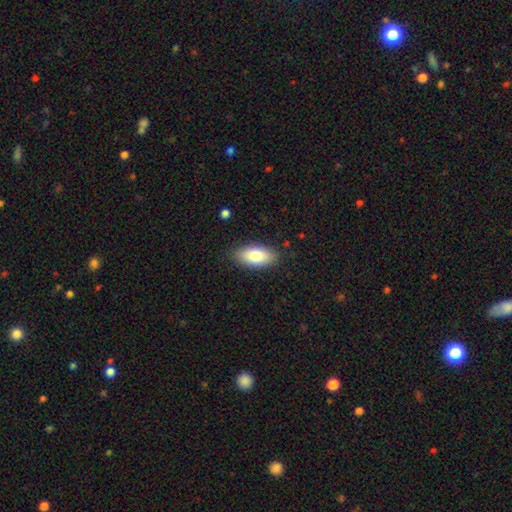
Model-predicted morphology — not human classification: Smooth or featured: smooth — 80% (featured or disk — 14%)
How rounded: in between — 92% (cigar-shaped — 5%)
Merging: none — 86% (minor disturbance — 10%)